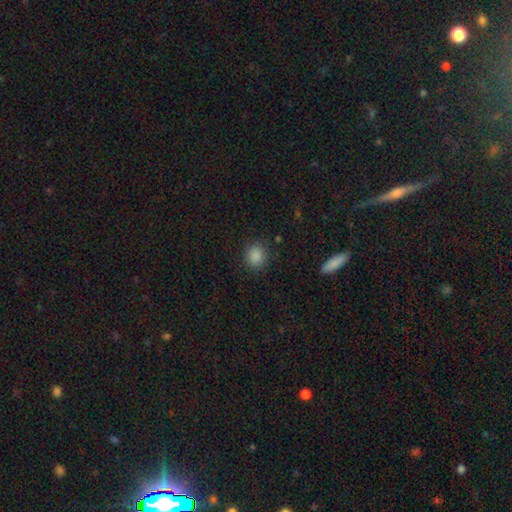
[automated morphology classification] Q: Smooth or featured?
A: smooth (87%); runner-up: star or artifact (10%)
Q: How rounded?
A: round (81%); runner-up: in between (18%)
Q: Merging?
A: none (86%); runner-up: minor disturbance (9%)